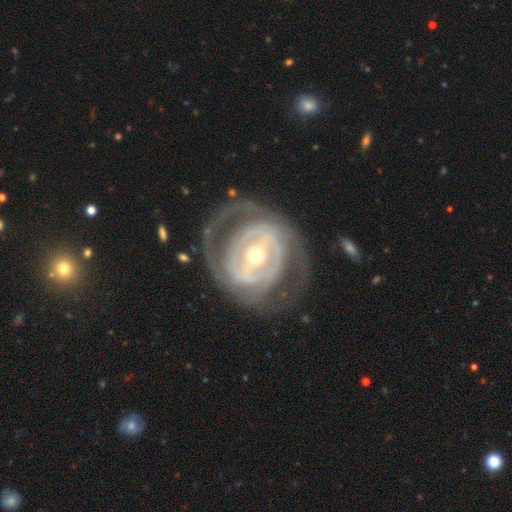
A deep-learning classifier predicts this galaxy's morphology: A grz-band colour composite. It shows a featured or disk galaxy (84%) with a strong bar (37%), 2 (42%) tight (60%) spiral arms (73%) and a small central bulge (60%). Merging: none (66%).